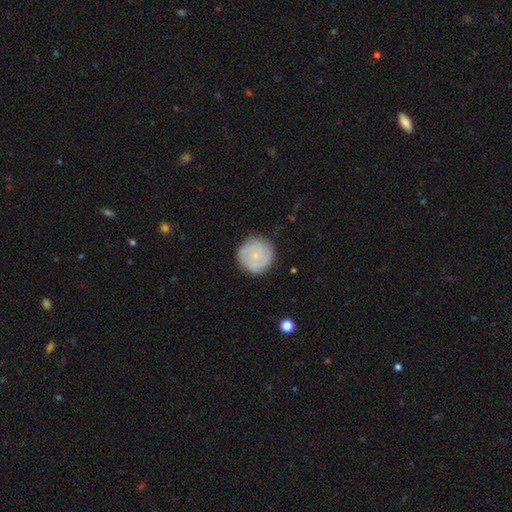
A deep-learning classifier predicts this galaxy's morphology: smooth_or_featured: smooth (p=0.49) [alt: featured or disk p=0.45]
merging: none (p=0.81) [alt: minor disturbance p=0.14]